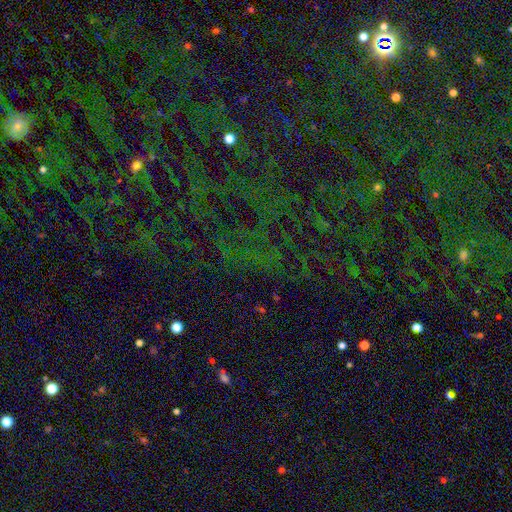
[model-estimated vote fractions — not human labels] Smooth or featured? star or artifact (80%)